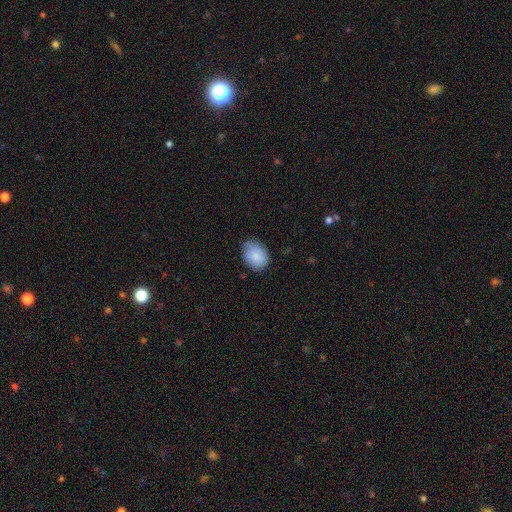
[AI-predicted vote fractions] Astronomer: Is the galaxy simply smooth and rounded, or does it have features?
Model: smooth — 85%.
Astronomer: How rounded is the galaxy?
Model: in between — 71%.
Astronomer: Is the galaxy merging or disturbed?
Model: none — 74%.